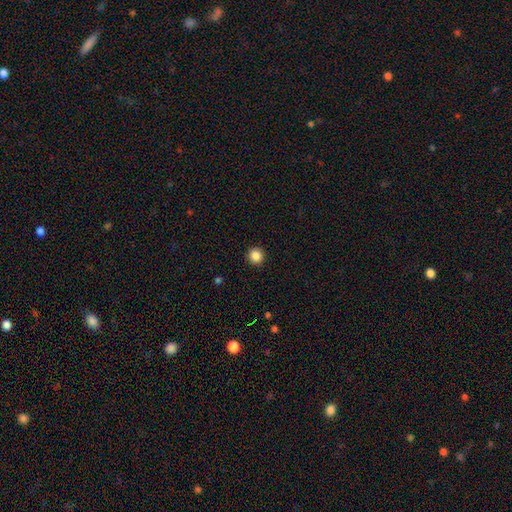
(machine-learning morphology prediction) Q: Smooth or featured?
A: smooth (86%); runner-up: star or artifact (10%)
Q: How rounded?
A: round (93%); runner-up: in between (6%)
Q: Merging?
A: none (93%); runner-up: minor disturbance (5%)